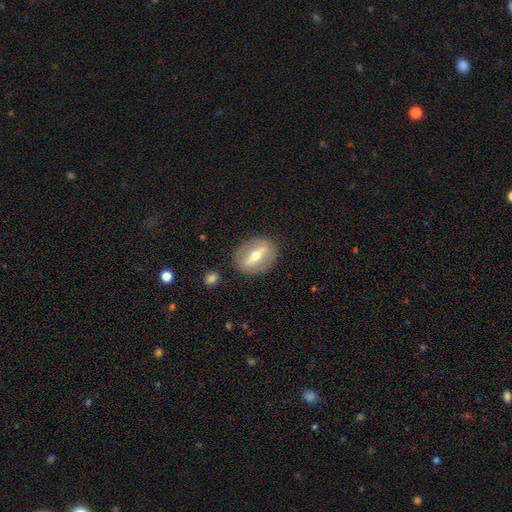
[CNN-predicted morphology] Smooth or featured: featured or disk — 61% (smooth — 32%)
Edge-on disk: no — 67% (yes — 33%)
Merging: none — 86% (minor disturbance — 9%)